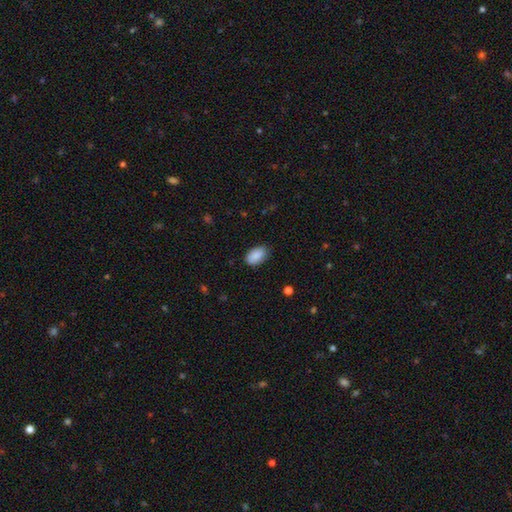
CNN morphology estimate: Smooth or featured: smooth — 87% (star or artifact — 7%)
How rounded: in between — 93% (round — 6%)
Merging: none — 79% (minor disturbance — 17%)